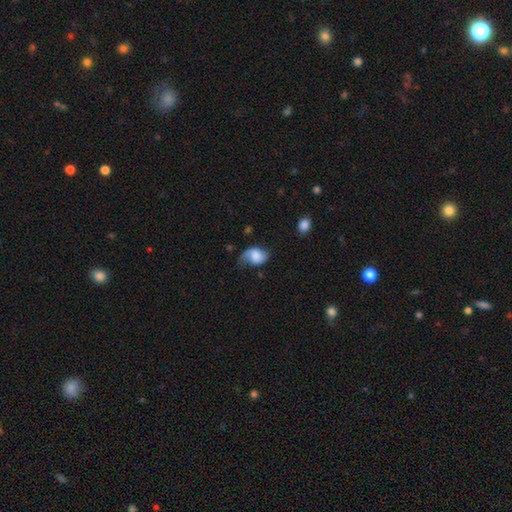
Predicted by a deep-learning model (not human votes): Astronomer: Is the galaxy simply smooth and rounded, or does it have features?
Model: smooth — 57% (runner-up: featured or disk, 35%).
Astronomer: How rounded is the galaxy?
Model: in between — 73%.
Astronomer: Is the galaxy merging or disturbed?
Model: none — 39% (runner-up: minor disturbance, 36%).